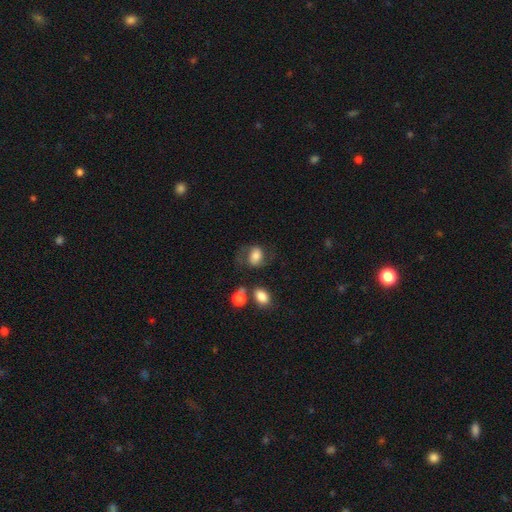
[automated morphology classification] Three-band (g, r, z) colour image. It shows a smooth galaxy with no disk features (51%) that is in between round and cigar-shaped (63%). Merging: none (55%).